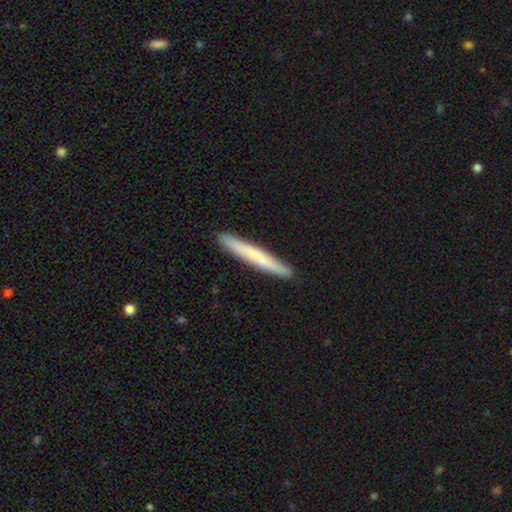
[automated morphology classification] Smooth or featured: smooth — 65% (featured or disk — 29%)
How rounded: cigar-shaped — 96% (in between — 2%)
Merging: none — 91% (minor disturbance — 7%)